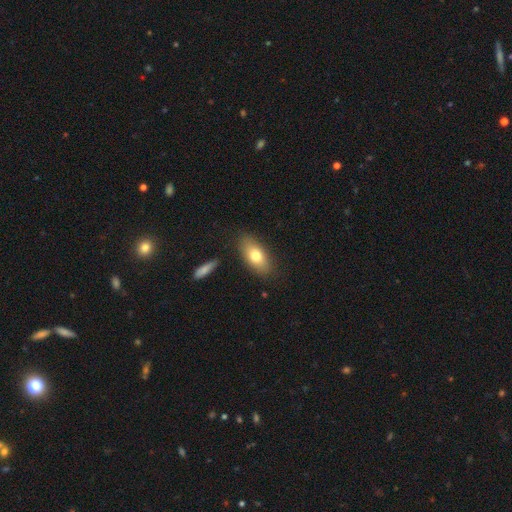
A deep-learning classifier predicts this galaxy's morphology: Q: Smooth or featured?
A: smooth (75%); runner-up: featured or disk (18%)
Q: How rounded?
A: in between (87%); runner-up: cigar-shaped (8%)
Q: Merging?
A: none (83%); runner-up: minor disturbance (11%)